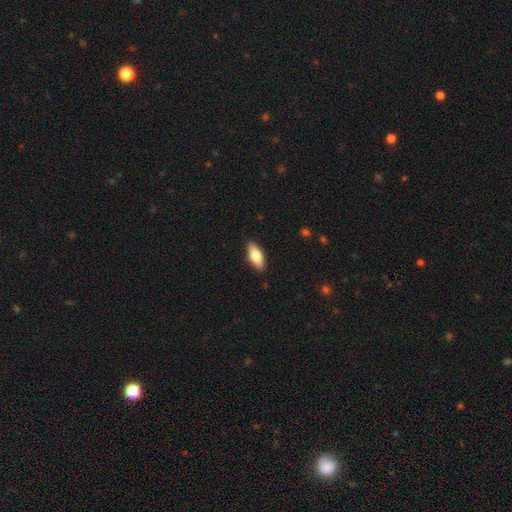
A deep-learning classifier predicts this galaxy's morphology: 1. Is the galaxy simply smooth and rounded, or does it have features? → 70% smooth, 25% featured or disk, 6% star or artifact.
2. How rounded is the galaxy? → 73% in between, 24% cigar-shaped, 3% round.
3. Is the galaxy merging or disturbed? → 89% none, 8% minor disturbance, 2% major disturbance, 1% merger.